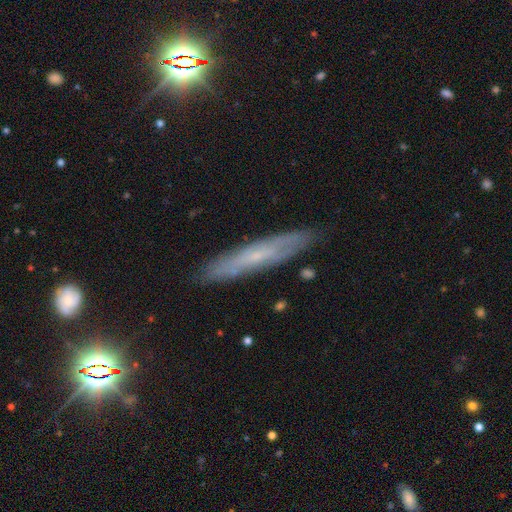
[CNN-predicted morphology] Q: Smooth or featured?
A: featured or disk (55%); runner-up: smooth (35%)
Q: Edge-on disk?
A: yes (71%); runner-up: no (29%)
Q: Merging?
A: none (84%); runner-up: minor disturbance (12%)